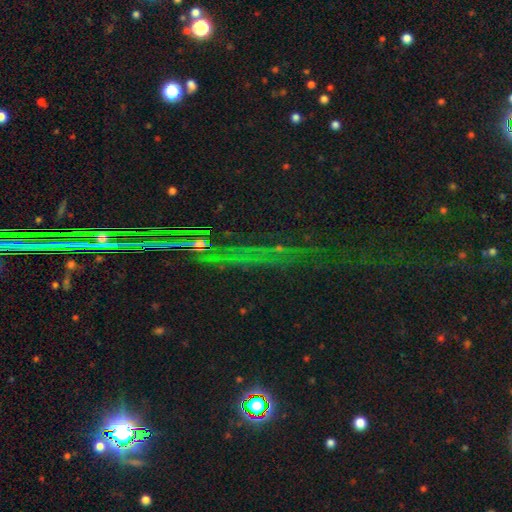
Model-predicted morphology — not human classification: Smooth or featured? star or artifact (76%)